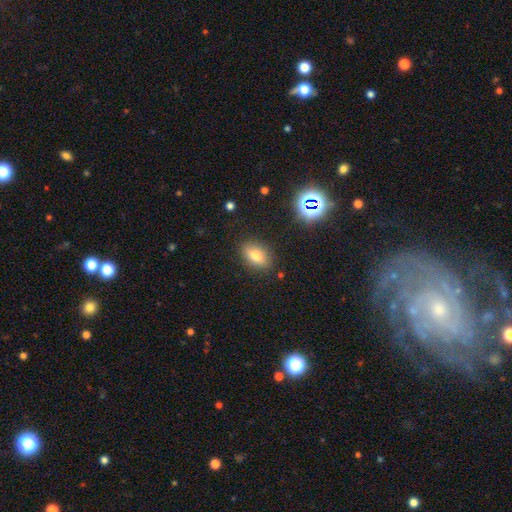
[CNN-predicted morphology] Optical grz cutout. It shows a smooth galaxy with no disk features (72%) that is in between round and cigar-shaped (82%). Merging: none (84%).